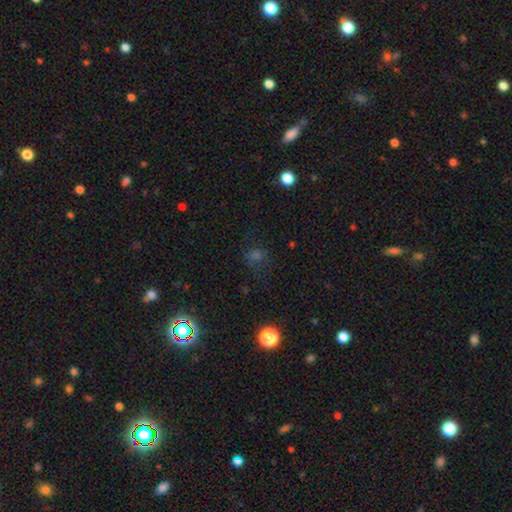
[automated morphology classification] smooth_or_featured: star or artifact (p=0.46) [alt: smooth p=0.42]